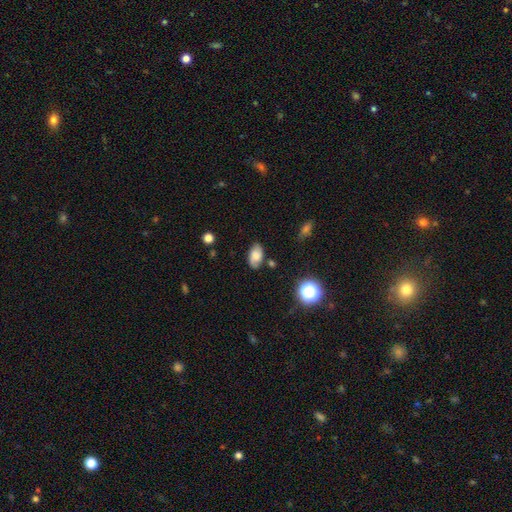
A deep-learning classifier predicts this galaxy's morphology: This is likely a smooth galaxy (64%). How rounded: clearly in between (92%). Merging: likely none (76%).